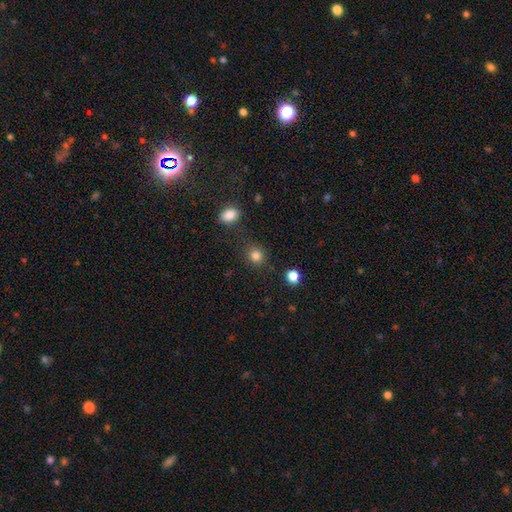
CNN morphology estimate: smooth 83%, star or artifact 13%, featured or disk 5%. Down the decision tree: how rounded — round (82%); merging — none (82%).